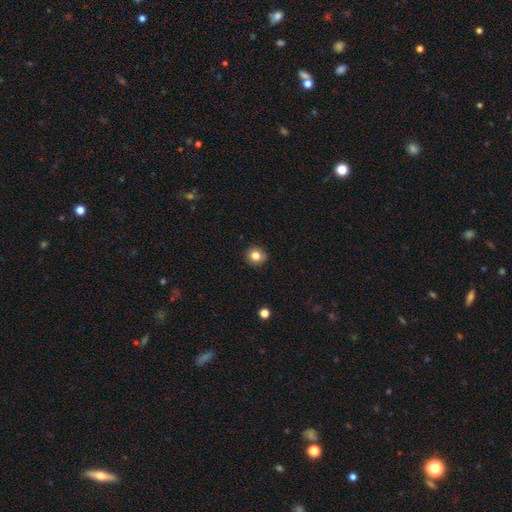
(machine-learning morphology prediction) type=smooth (82%); roundness=round (85%); merging=none (88%).